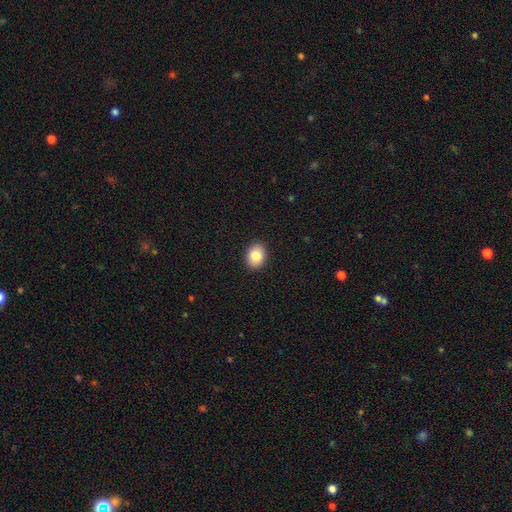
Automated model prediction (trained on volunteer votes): Overall: smooth (83%). How rounded: in between (61%; round 38%). Merging: none (91%).